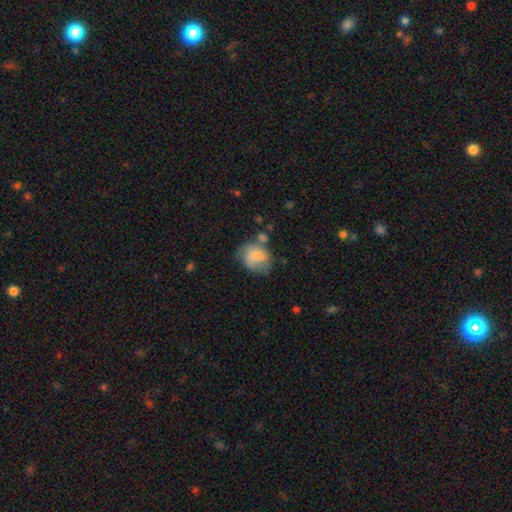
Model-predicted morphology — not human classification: Q: Smooth or featured?
A: smooth (69%); runner-up: featured or disk (23%)
Q: How rounded?
A: in between (50%); runner-up: round (49%)
Q: Merging?
A: none (37%); runner-up: minor disturbance (30%)